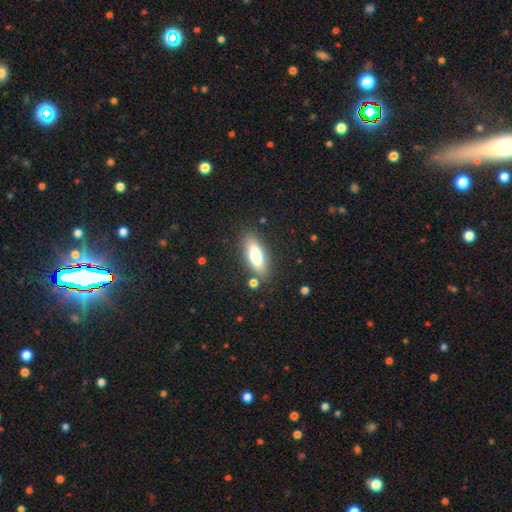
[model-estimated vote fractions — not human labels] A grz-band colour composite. It shows a smooth galaxy with no disk features (72%) that is in between round and cigar-shaped (64%). Merging: none (82%).